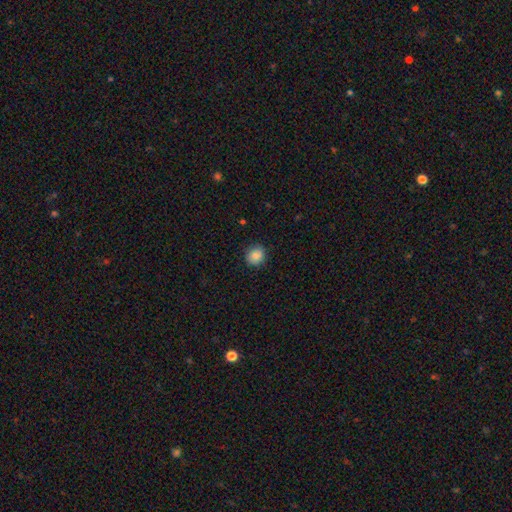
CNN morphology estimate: This appears to be a smooth galaxy with no disk features (87%) that is round (83%). Merging: none (86%).